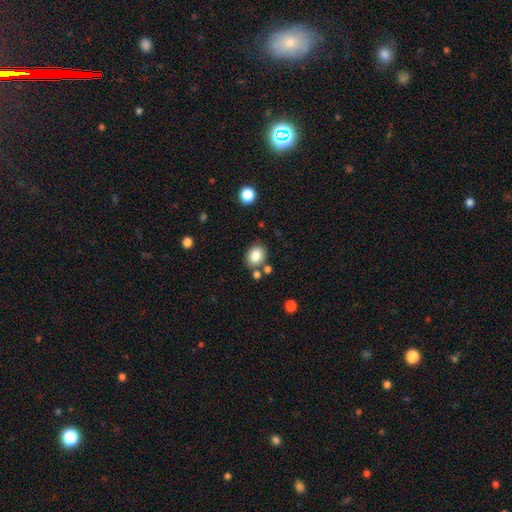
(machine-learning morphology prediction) A smooth galaxy with no disk features (84%) that is round (61%). Merging: none (77%).